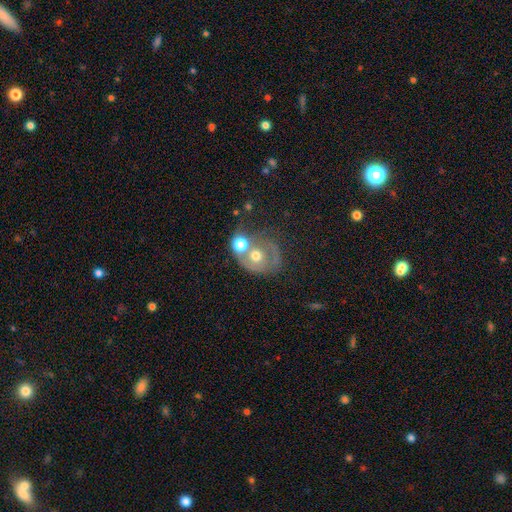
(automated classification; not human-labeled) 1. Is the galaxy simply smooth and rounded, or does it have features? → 50% featured or disk, 41% smooth, 9% star or artifact.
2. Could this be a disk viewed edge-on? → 96% no, 4% yes.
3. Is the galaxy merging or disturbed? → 55% merger, 22% none, 12% major disturbance, 11% minor disturbance.